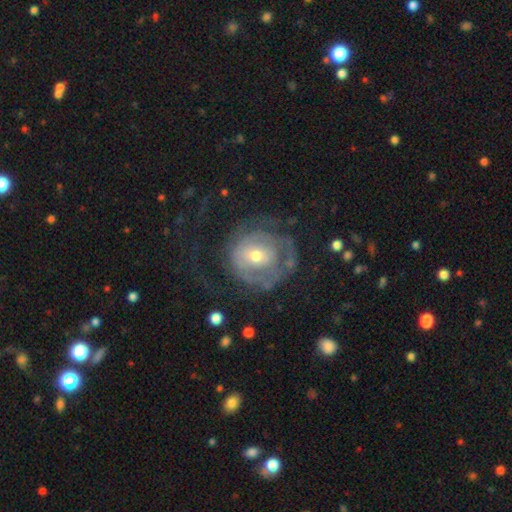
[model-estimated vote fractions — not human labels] Smooth or featured: featured or disk — 72% (smooth — 21%)
Edge-on disk: no — 97% (yes — 3%)
Bar: no — 67% (weak — 26%)
Spiral arms: yes — 68% (no — 32%)
Bulge size: moderate — 49% (small — 45%)
Merging: none — 50% (major disturbance — 30%)